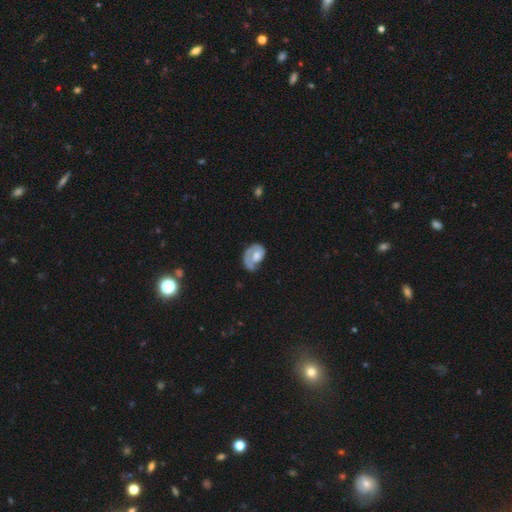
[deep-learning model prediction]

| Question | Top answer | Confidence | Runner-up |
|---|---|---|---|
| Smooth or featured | featured or disk | 66% | smooth (28%) |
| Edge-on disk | no | 98% | yes (2%) |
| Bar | no | 76% | weak (20%) |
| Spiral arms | yes | 82% | no (18%) |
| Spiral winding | tight | 50% | medium (28%) |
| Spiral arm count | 1 | 84% | 2 (7%) |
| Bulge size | moderate | 46% | small (23%) |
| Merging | none | 43% | major disturbance (32%) |